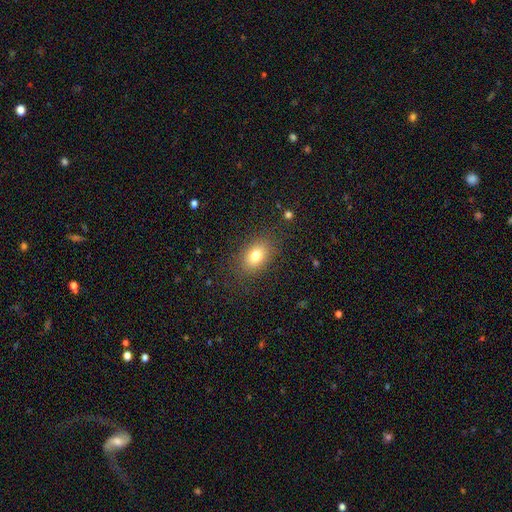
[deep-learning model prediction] This is likely a smooth galaxy (77%). How rounded: likely in between (78%). Merging: clearly none (84%).